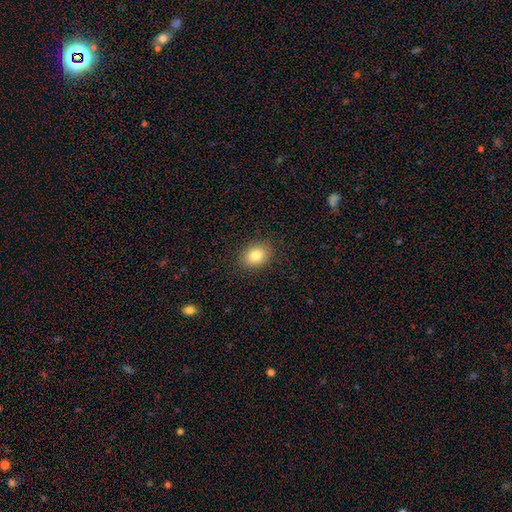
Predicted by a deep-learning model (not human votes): smooth_or_featured: smooth (p=0.83) [alt: star or artifact p=0.09]
how_rounded: in between (p=0.58) [alt: round p=0.41]
merging: none (p=0.88) [alt: minor disturbance p=0.09]